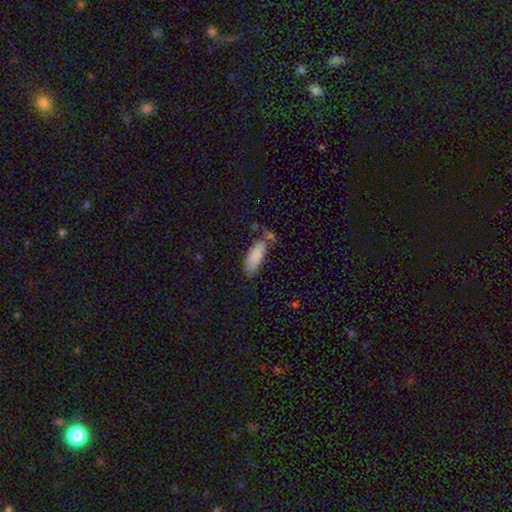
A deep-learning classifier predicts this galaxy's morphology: type=smooth (86%); roundness=in between (74%); merging=none (62%).